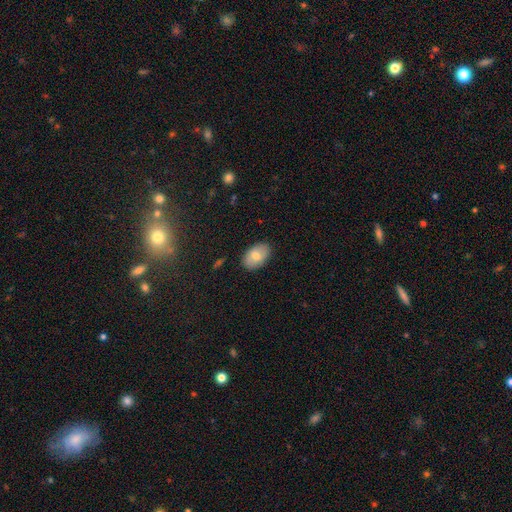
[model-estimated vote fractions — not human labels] Morphology: type=smooth (73%); roundness=in between (90%); merging=none (87%).